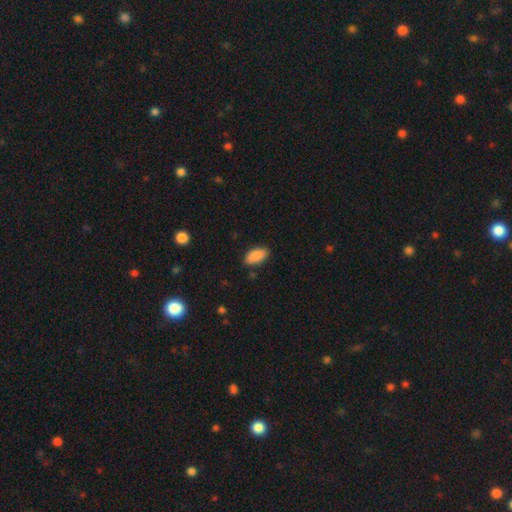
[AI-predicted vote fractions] Morphology: type=smooth (89%); roundness=in between (91%); merging=none (86%).